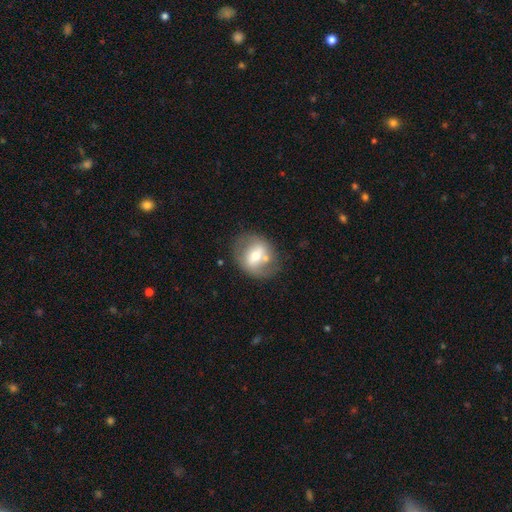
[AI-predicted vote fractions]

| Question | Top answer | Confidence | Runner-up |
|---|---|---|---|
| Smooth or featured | featured or disk | 49% | smooth (44%) |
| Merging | none | 63% | minor disturbance (18%) |